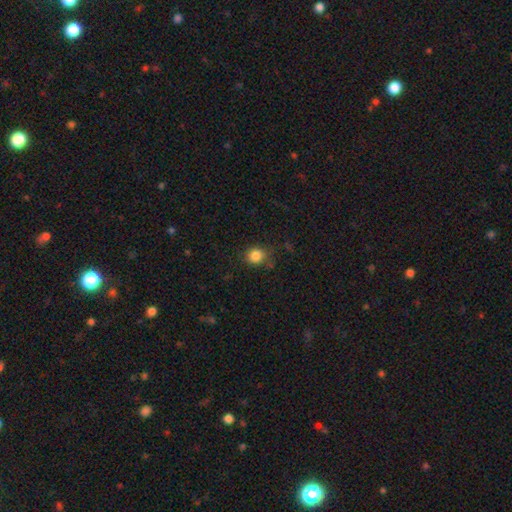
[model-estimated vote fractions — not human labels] Smooth or featured? smooth (84%)
How rounded? round (82%)
Merging? none (79%)